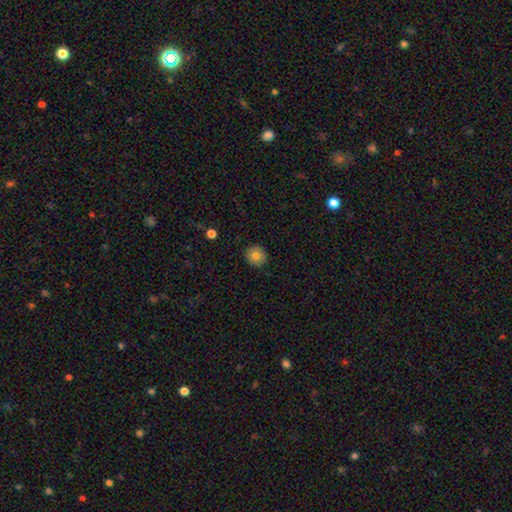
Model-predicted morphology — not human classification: Smooth or featured? smooth (78%)
How rounded? round (92%)
Merging? none (89%)